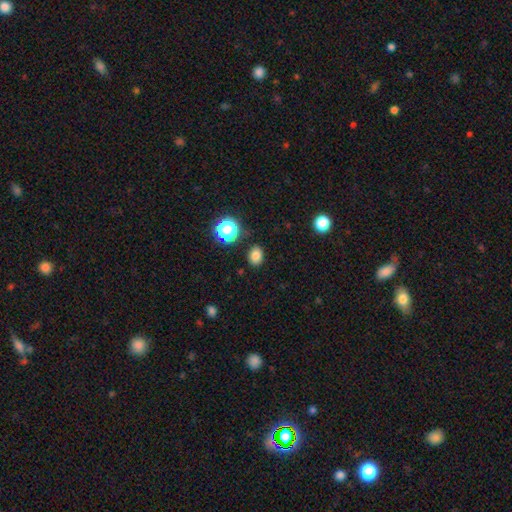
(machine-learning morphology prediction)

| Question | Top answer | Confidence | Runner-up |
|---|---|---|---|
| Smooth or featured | smooth | 80% | star or artifact (14%) |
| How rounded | in between | 55% | round (44%) |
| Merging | none | 86% | minor disturbance (9%) |